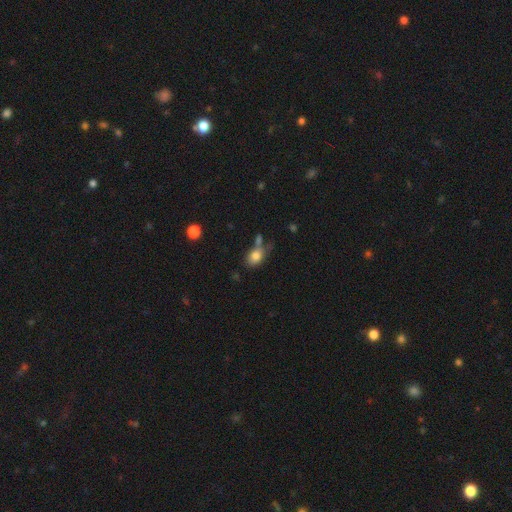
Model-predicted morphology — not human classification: Overall: smooth (79%). How rounded: in between (76%). Merging: none (47%; merger 23%).